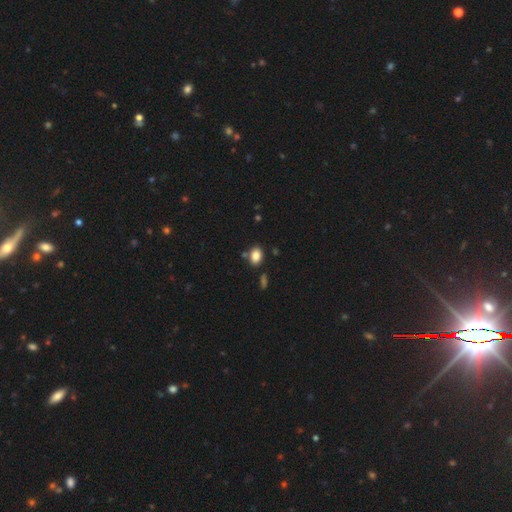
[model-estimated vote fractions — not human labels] A smooth galaxy with no disk features (85%) that is in between round and cigar-shaped (76%). Merging: none (80%).